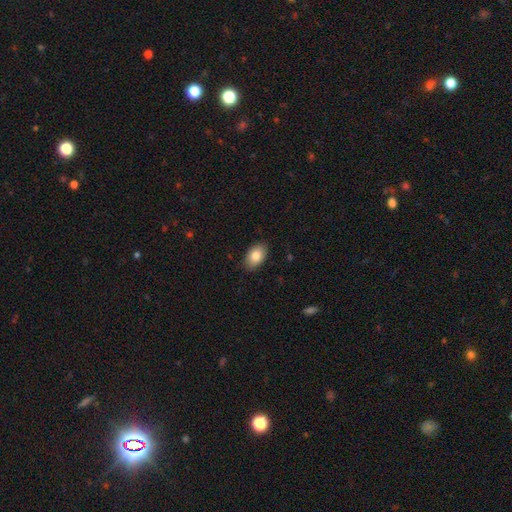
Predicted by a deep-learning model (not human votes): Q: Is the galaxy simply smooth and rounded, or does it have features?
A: smooth — 83%.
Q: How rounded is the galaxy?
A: in between — 91%.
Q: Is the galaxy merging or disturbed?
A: none — 87%.